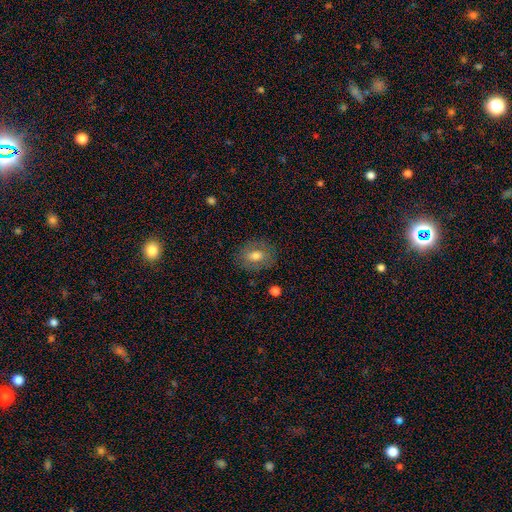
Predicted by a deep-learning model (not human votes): smooth_or_featured: smooth (p=0.67) [alt: featured or disk p=0.24]
how_rounded: in between (p=0.58) [alt: round p=0.40]
merging: none (p=0.83) [alt: minor disturbance p=0.12]